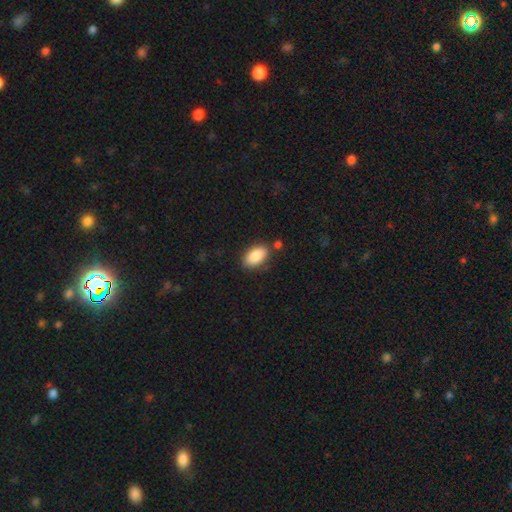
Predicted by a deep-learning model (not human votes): Smooth or featured? smooth (88%)
How rounded? in between (93%)
Merging? none (79%)